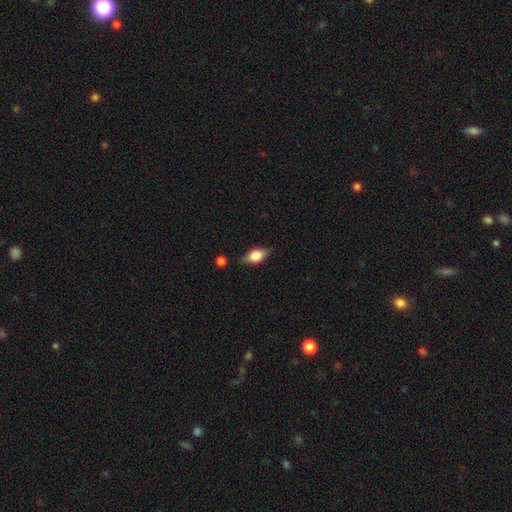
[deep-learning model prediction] This appears to be a smooth galaxy with no disk features (67%) that is in between round and cigar-shaped (82%). Merging: none (75%).